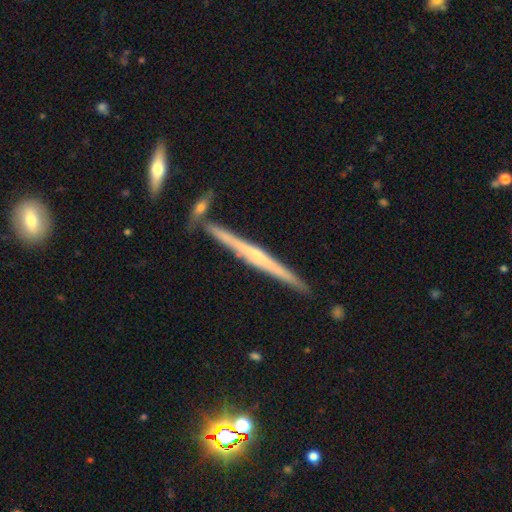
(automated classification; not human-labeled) featured or disk 72%, smooth 22%, star or artifact 6%. Down the decision tree: edge-on disk — yes (98%); edge-on bulge — none (47%); merging — none (84%).